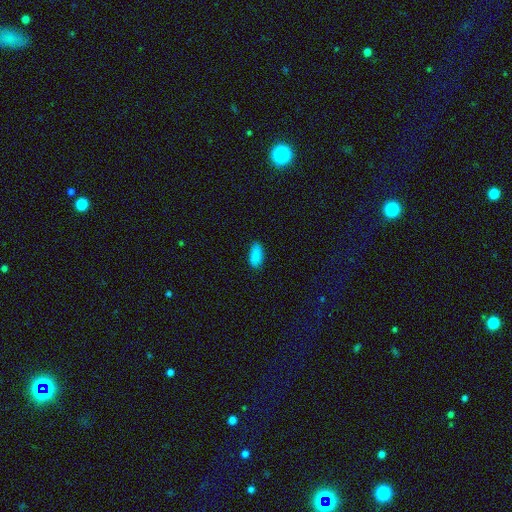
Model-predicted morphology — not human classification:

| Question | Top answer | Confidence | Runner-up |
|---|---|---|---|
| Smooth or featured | smooth | 88% | star or artifact (7%) |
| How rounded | in between | 89% | cigar-shaped (9%) |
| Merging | none | 86% | minor disturbance (11%) |